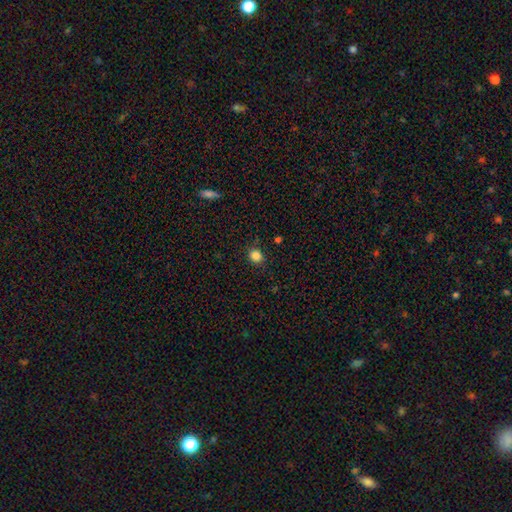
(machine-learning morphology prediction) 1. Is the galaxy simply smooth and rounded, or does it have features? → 84% smooth, 12% star or artifact, 4% featured or disk.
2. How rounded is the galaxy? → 81% round, 18% in between, 1% cigar-shaped.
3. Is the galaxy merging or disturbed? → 87% none, 9% minor disturbance, 3% major disturbance, 1% merger.